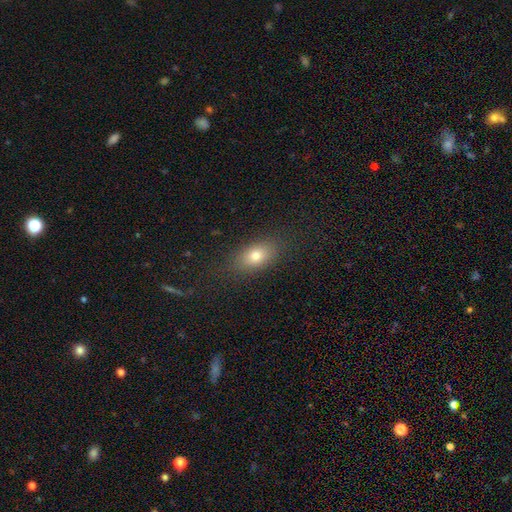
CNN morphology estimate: This is likely a smooth galaxy (77%). How rounded: clearly in between (82%). Merging: clearly none (83%).